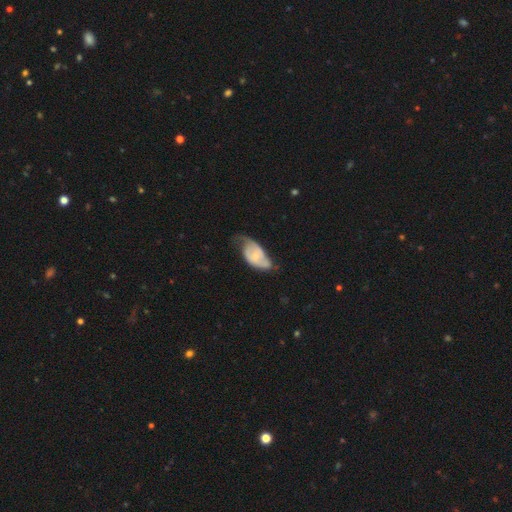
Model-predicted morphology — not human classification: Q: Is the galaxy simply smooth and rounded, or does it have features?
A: featured or disk — 61%.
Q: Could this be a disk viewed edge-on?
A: no — 93%.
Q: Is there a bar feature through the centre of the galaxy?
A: no — 71%.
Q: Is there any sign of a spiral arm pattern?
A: yes — 70%.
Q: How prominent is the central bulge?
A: small — 56%.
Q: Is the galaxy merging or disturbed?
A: minor disturbance — 37%.